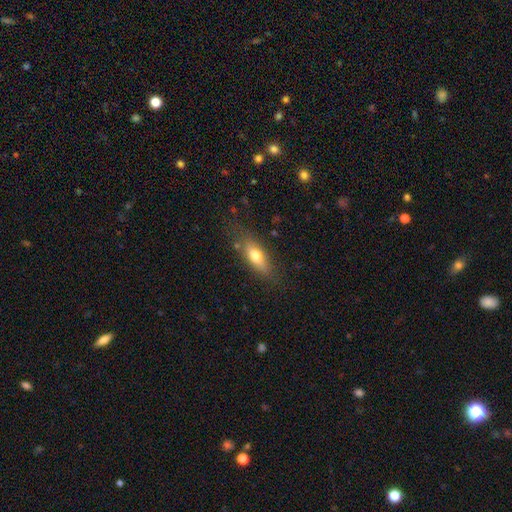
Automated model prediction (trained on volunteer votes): smooth-or-featured: smooth: 67% | featured or disk: 25% | star or artifact: 7%
  how-rounded: in between: 65% | cigar-shaped: 31% | round: 4%
  merging: none: 74% | minor disturbance: 17% | major disturbance: 6% | merger: 2%